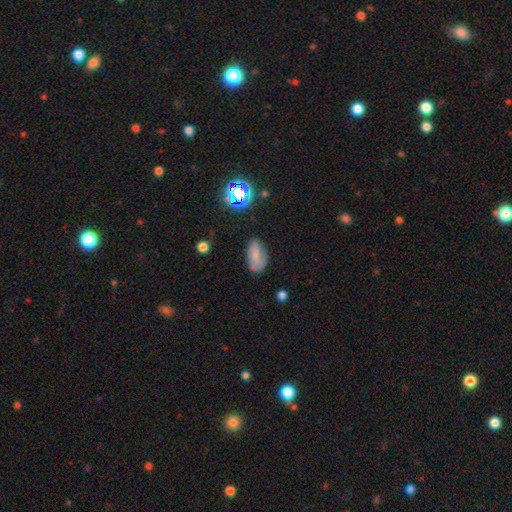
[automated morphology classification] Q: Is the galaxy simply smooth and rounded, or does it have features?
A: smooth — 67%.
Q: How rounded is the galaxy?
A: in between — 91%.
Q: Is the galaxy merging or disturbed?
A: none — 65%.